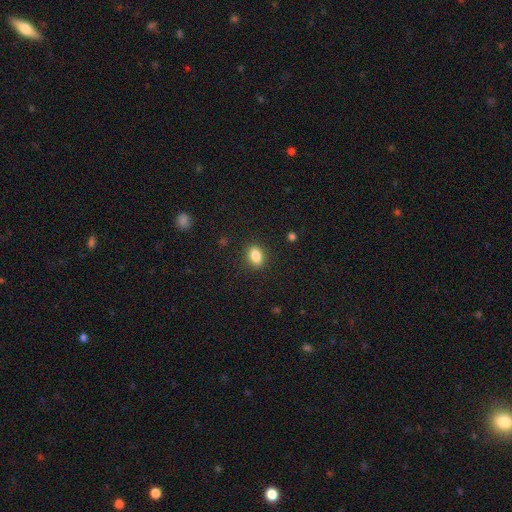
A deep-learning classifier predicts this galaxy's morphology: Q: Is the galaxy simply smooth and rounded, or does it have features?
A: smooth — 85%.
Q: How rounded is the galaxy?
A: in between — 75%.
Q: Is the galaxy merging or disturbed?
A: none — 88%.